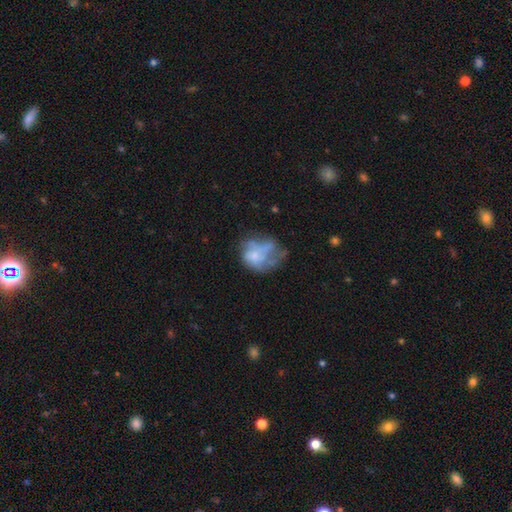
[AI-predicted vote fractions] A featured or disk galaxy (46%).

Vote fractions:
- Smooth or featured? featured or disk: 46% / smooth: 43% / star or artifact: 11%
- Merging? major disturbance: 38% / none: 32% / minor disturbance: 23% / merger: 7%